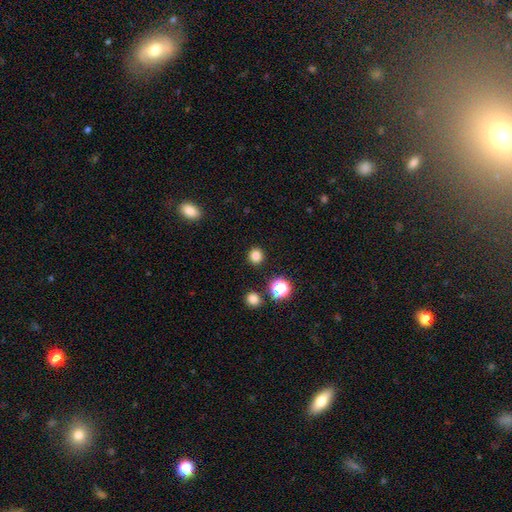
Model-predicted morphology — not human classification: smooth_or_featured: smooth (p=0.80) [alt: star or artifact p=0.16]
how_rounded: round (p=0.91) [alt: in between p=0.08]
merging: none (p=0.91) [alt: minor disturbance p=0.05]